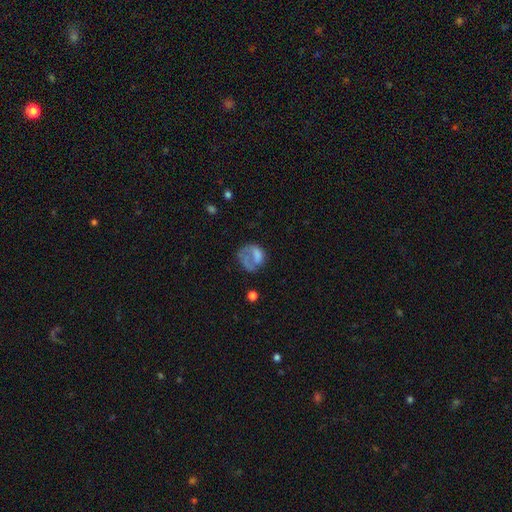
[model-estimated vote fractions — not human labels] Morphology: type=smooth (53%); roundness=round (57%); merging=major disturbance (41%).